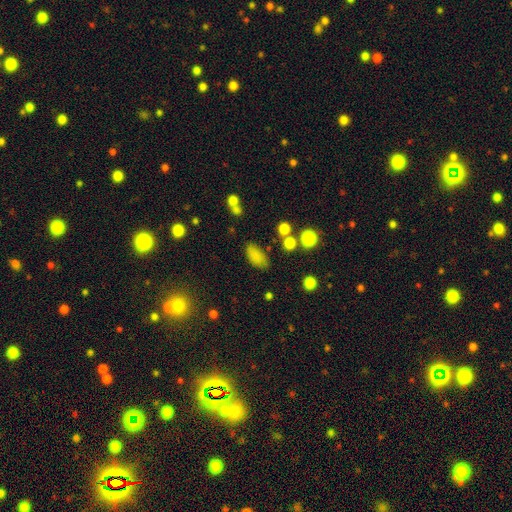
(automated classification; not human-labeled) A smooth galaxy with no disk features (82%) that is in between round and cigar-shaped (90%). Merging: none (76%).